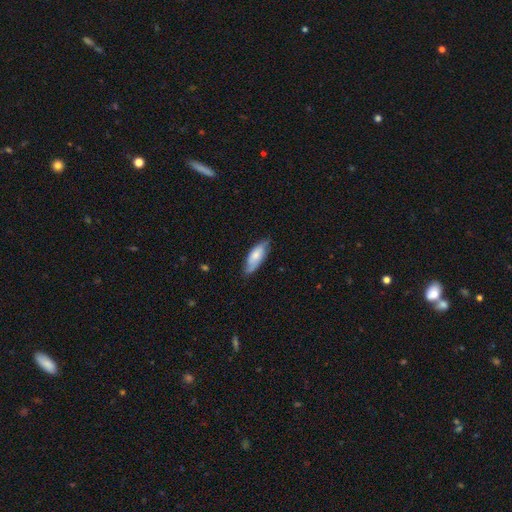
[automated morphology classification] smooth-or-featured: smooth: 62% | featured or disk: 32% | star or artifact: 6%
  how-rounded: in between: 69% | cigar-shaped: 29% | round: 2%
  merging: none: 73% | minor disturbance: 22% | major disturbance: 4% | merger: 1%